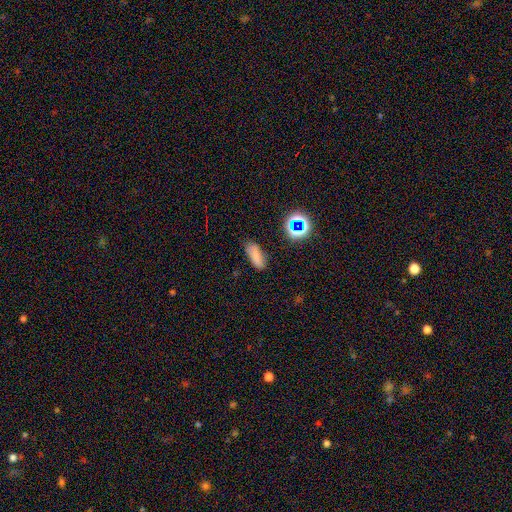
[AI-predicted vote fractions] Q: Smooth or featured?
A: smooth (77%); runner-up: star or artifact (15%)
Q: How rounded?
A: in between (70%); runner-up: cigar-shaped (26%)
Q: Merging?
A: none (75%); runner-up: minor disturbance (18%)